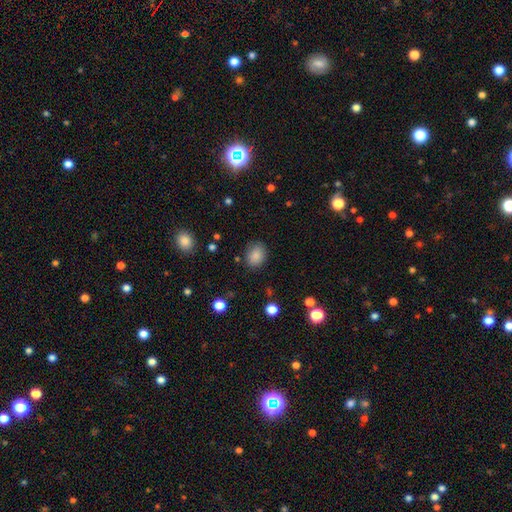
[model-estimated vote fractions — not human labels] smooth_or_featured: smooth (p=0.86) [alt: star or artifact p=0.09]
how_rounded: in between (p=0.56) [alt: round p=0.43]
merging: none (p=0.81) [alt: minor disturbance p=0.13]